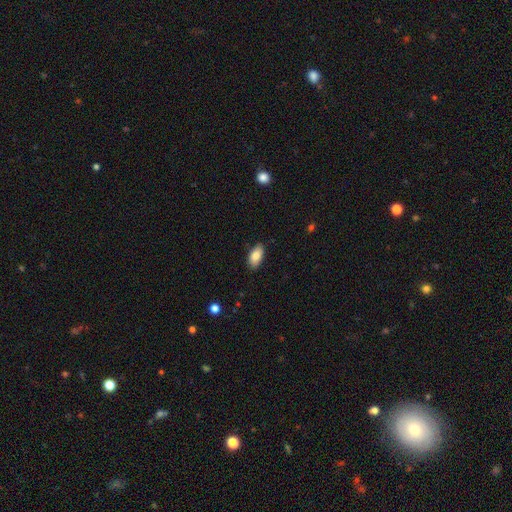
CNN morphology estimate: smooth-or-featured: smooth: 84% | featured or disk: 9% | star or artifact: 7%
  how-rounded: in between: 93% | cigar-shaped: 4% | round: 3%
  merging: none: 86% | minor disturbance: 11% | major disturbance: 2% | merger: 1%